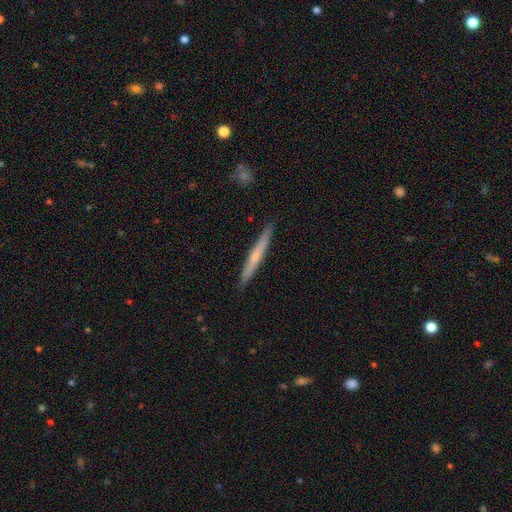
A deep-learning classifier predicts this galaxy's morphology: smooth-or-featured: featured or disk: 49% | smooth: 45% | star or artifact: 6%
  merging: none: 91% | minor disturbance: 7% | major disturbance: 1% | merger: 1%